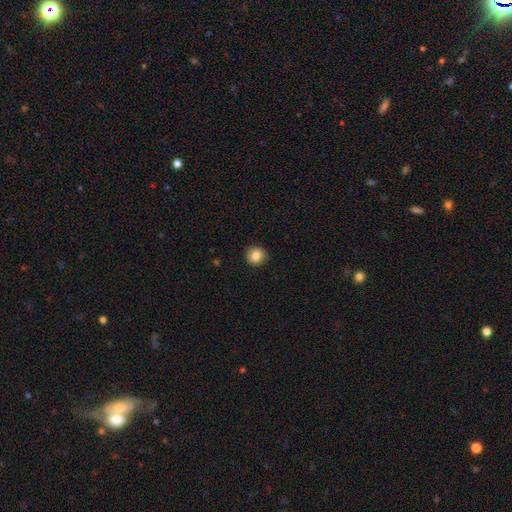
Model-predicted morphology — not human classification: The model was most divided on "how rounded": round: 85%, in between: 14%, cigar-shaped: 1%. More confident: merging — none (88%); smooth or featured — smooth (84%).